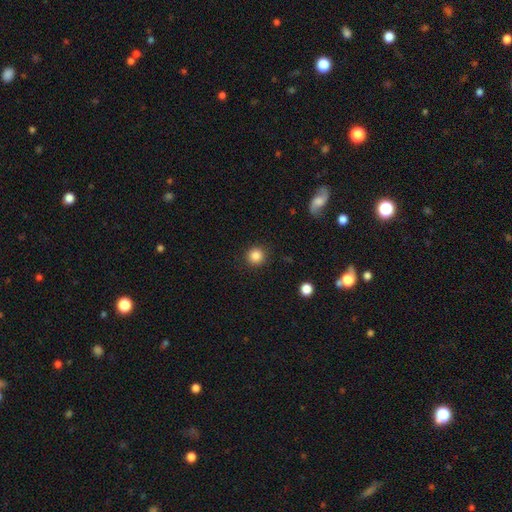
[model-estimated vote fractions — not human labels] Smooth or featured: smooth — 86% (star or artifact — 10%)
How rounded: round — 93% (in between — 6%)
Merging: none — 91% (minor disturbance — 6%)